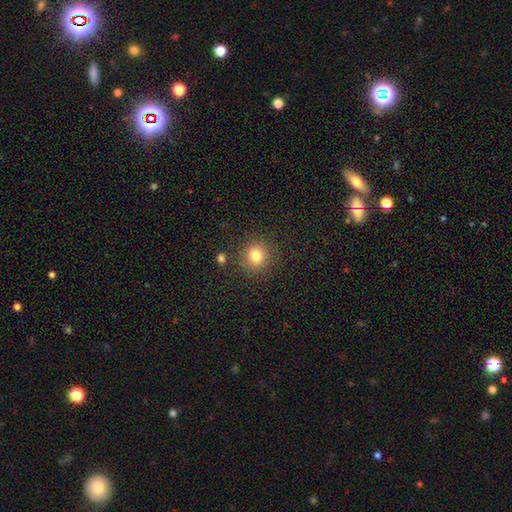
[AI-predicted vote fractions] This is clearly a smooth galaxy (80%). How rounded: clearly round (89%). Merging: clearly none (86%).